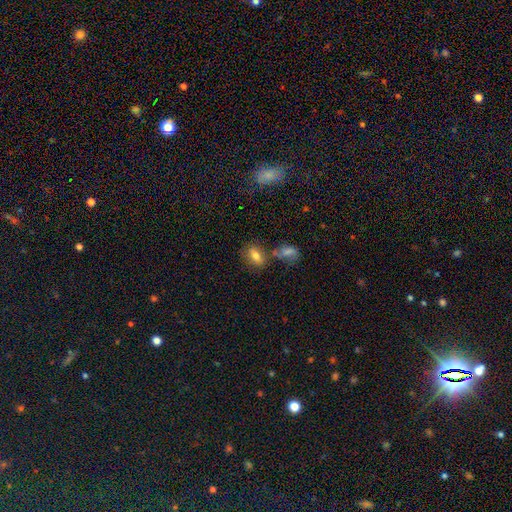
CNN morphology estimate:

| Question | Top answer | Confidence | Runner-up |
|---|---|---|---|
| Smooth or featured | smooth | 76% | featured or disk (14%) |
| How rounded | in between | 82% | round (14%) |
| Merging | none | 63% | merger (16%) |